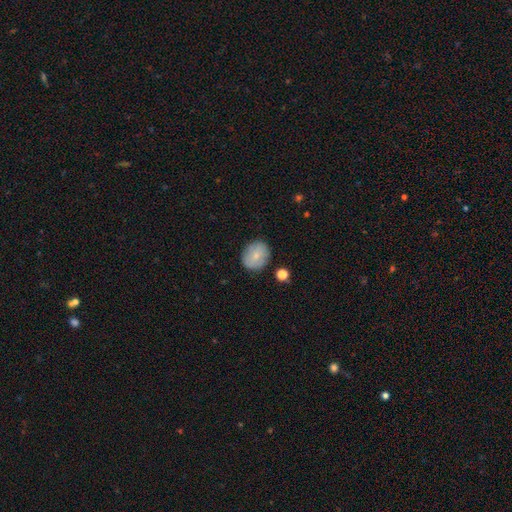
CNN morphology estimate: This appears to be a smooth galaxy with no disk features (73%) that is round (71%). Merging: none (81%).